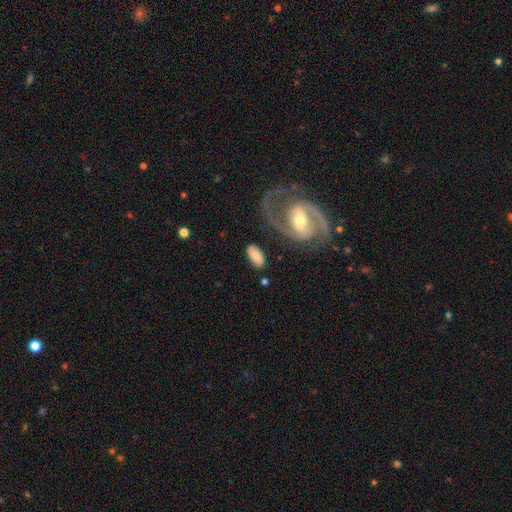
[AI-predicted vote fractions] smooth-or-featured: smooth: 72% | featured or disk: 22% | star or artifact: 6%
  how-rounded: in between: 93% | cigar-shaped: 4% | round: 4%
  merging: none: 75% | minor disturbance: 14% | major disturbance: 6% | merger: 5%